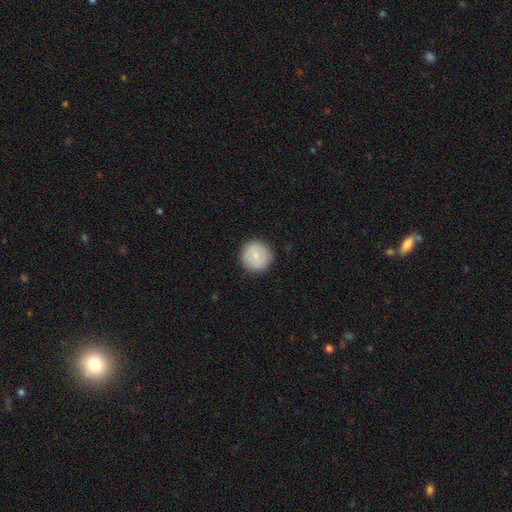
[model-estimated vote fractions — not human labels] This appears to be a smooth galaxy with no disk features (78%) that is round (95%). Merging: none (90%).